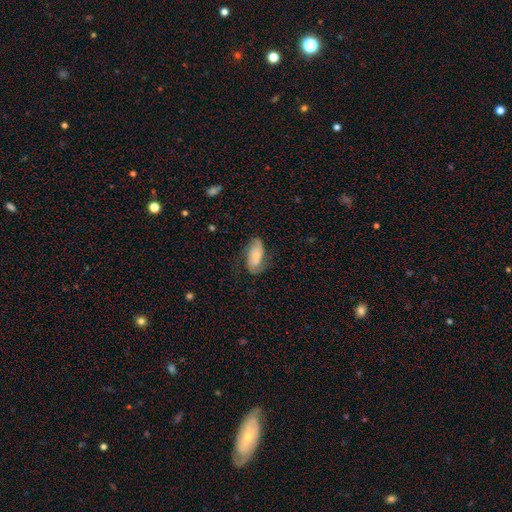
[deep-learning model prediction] Smooth or featured?
  - featured or disk: 47% *
  - smooth: 46%
  - star or artifact: 7%
Merging?
  - none: 65% *
  - minor disturbance: 23%
  - major disturbance: 10%
  - merger: 2%